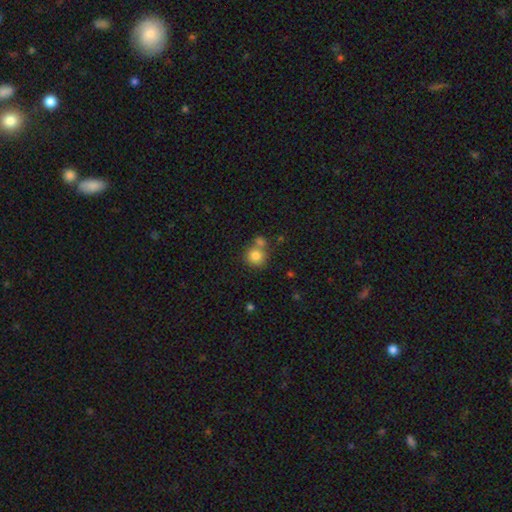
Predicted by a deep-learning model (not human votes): A smooth galaxy with no disk features (82%) that is round (89%). Merging: none (57%).